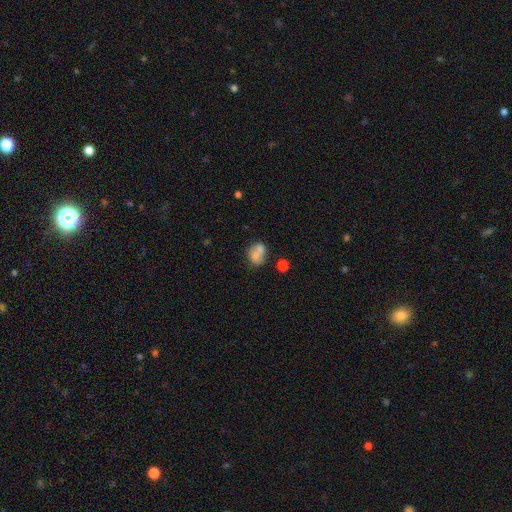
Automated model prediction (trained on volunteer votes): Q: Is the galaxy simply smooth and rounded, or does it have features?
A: smooth — 70%.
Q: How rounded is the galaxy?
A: round — 51%.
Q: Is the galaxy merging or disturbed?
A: merger — 48%.